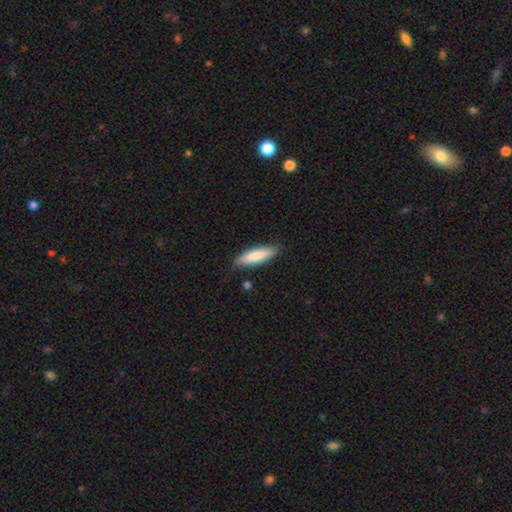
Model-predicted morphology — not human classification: smooth-or-featured: smooth: 81% | featured or disk: 13% | star or artifact: 5%
  how-rounded: cigar-shaped: 63% | in between: 35% | round: 1%
  merging: none: 82% | minor disturbance: 14% | major disturbance: 2% | merger: 2%